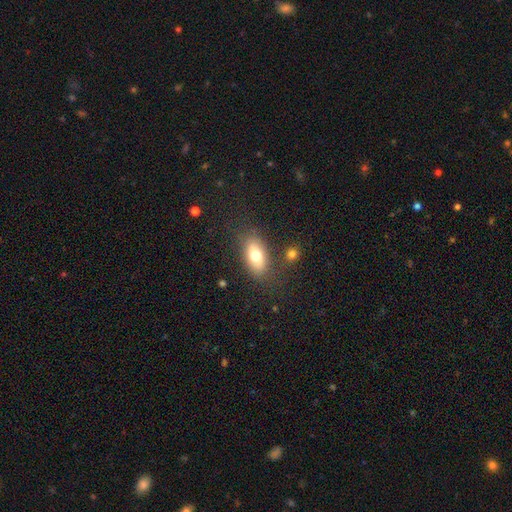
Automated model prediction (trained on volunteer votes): This appears to be a smooth galaxy with no disk features (72%) that is in between round and cigar-shaped (86%). Merging: none (76%).